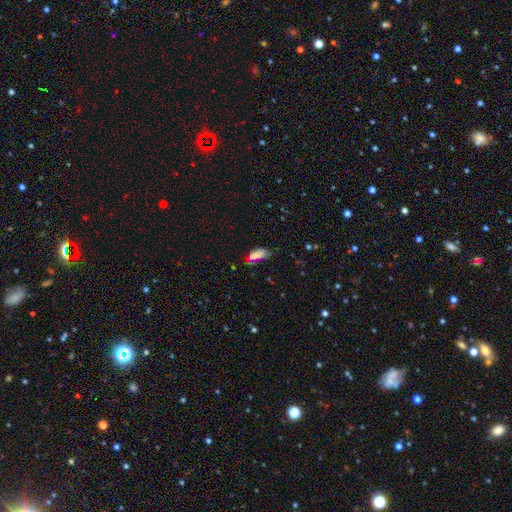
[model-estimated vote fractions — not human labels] A smooth galaxy with no disk features (72%) that is in between round and cigar-shaped (80%). Merging: none (46%).